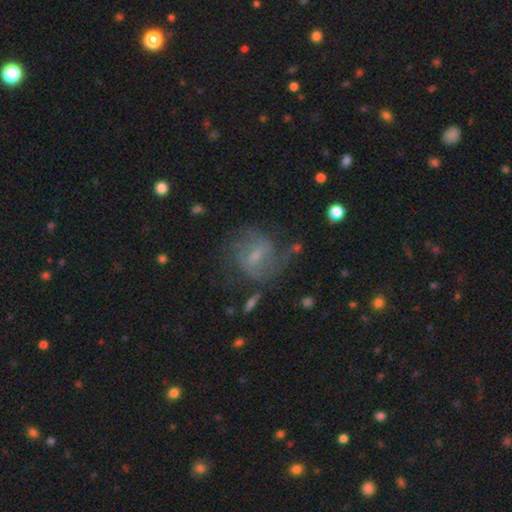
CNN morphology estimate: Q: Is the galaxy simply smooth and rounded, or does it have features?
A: featured or disk — 61%.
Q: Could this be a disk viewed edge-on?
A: no — 96%.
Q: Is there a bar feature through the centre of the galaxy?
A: weak — 55%.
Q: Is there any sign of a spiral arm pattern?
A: yes — 75%.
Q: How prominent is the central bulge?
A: small — 60%.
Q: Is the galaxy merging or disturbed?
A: none — 52%.